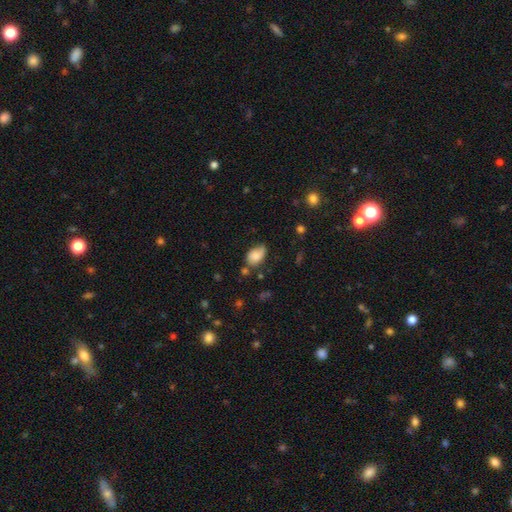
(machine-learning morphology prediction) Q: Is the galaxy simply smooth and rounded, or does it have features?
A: smooth — 77%.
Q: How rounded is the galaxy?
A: in between — 88%.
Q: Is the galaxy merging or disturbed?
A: none — 49%.